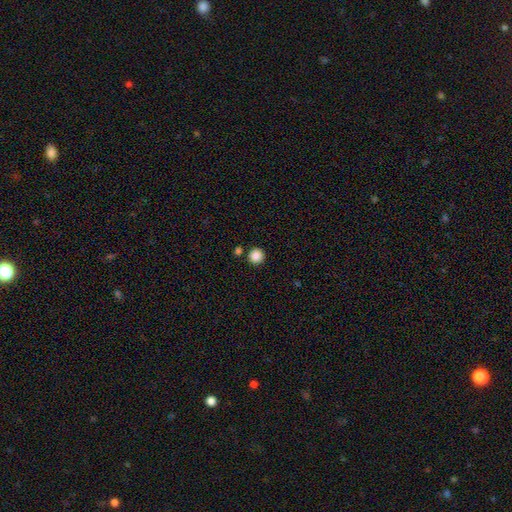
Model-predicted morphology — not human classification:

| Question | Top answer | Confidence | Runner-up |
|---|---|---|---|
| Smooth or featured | smooth | 87% | star or artifact (9%) |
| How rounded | round | 94% | in between (5%) |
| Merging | none | 87% | minor disturbance (6%) |